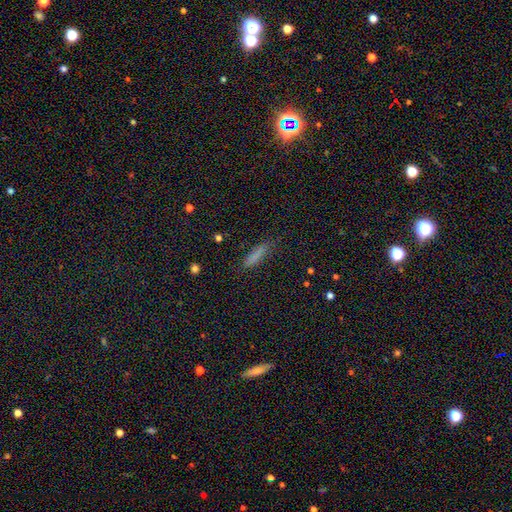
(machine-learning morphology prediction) smooth_or_featured: smooth (p=0.76) [alt: star or artifact p=0.14]
how_rounded: cigar-shaped (p=0.79) [alt: in between p=0.19]
merging: none (p=0.80) [alt: minor disturbance p=0.15]